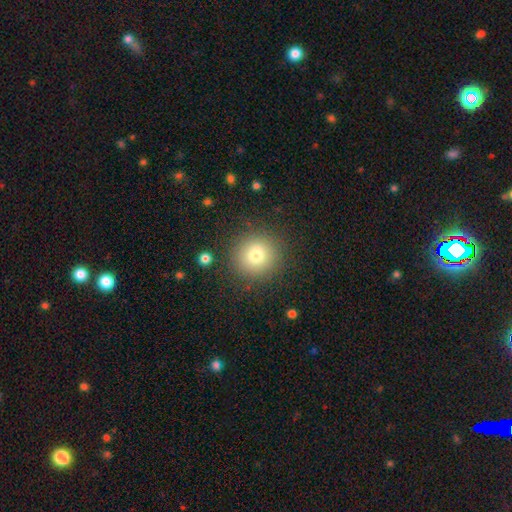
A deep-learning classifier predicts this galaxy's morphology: This appears to be a smooth galaxy with no disk features (75%) that is round (94%). Merging: none (87%).